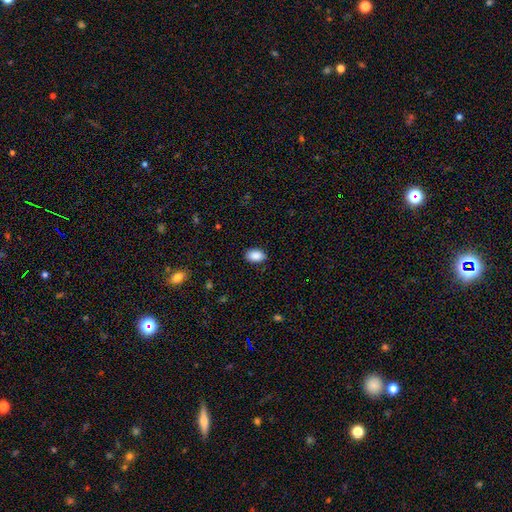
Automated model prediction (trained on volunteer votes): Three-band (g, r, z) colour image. It shows a smooth galaxy with no disk features (90%) that is in between round and cigar-shaped (88%). Merging: none (87%).